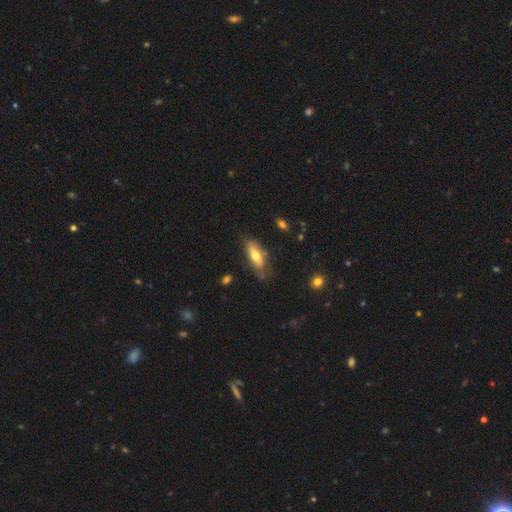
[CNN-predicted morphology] Smooth or featured: smooth — 62% (featured or disk — 31%)
How rounded: in between — 67% (cigar-shaped — 31%)
Merging: none — 66% (minor disturbance — 25%)